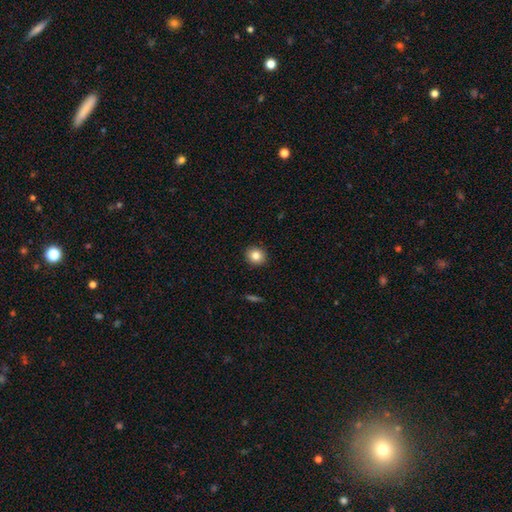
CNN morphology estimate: Smooth or featured? Predicted: smooth (p=0.83). How rounded? Predicted: round (p=0.81). Merging? Predicted: none (p=0.91).